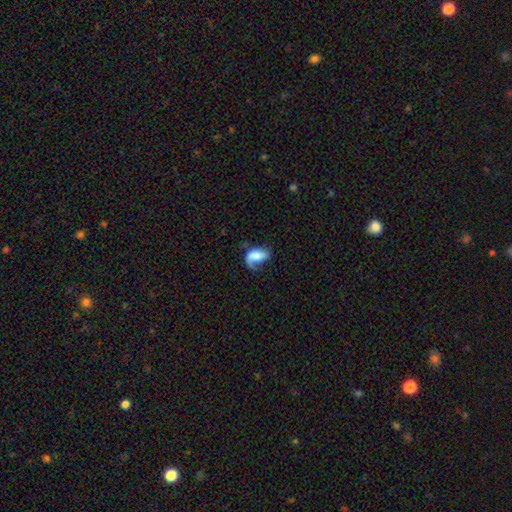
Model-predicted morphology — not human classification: Smooth or featured?
  - featured or disk: 47% *
  - smooth: 45%
  - star or artifact: 8%
Merging?
  - major disturbance: 37% *
  - none: 34%
  - minor disturbance: 24%
  - merger: 5%